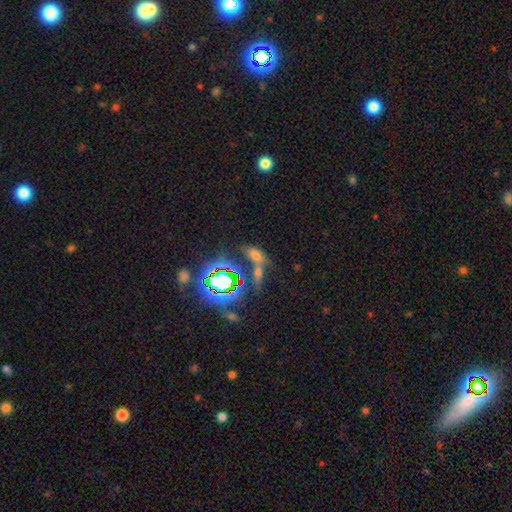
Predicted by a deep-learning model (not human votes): Smooth or featured? smooth (53%)
How rounded? in between (79%)
Merging? none (43%)